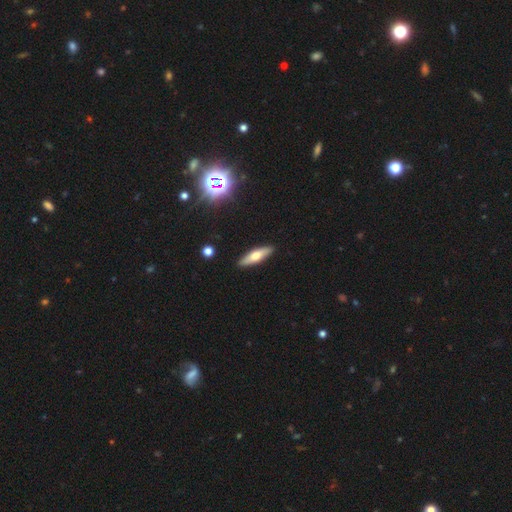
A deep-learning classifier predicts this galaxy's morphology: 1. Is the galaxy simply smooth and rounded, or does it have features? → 57% smooth, 37% featured or disk, 7% star or artifact.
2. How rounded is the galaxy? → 64% cigar-shaped, 34% in between, 2% round.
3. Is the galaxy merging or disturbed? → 90% none, 7% minor disturbance, 2% major disturbance, 1% merger.